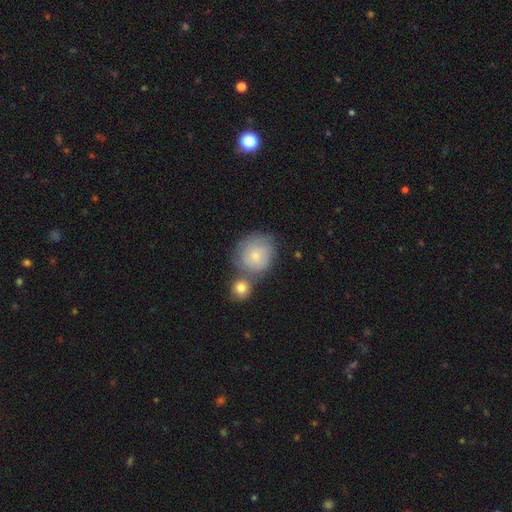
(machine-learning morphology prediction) smooth 68%, featured or disk 24%, star or artifact 7%. Down the decision tree: how rounded — round (85%); merging — none (43%).